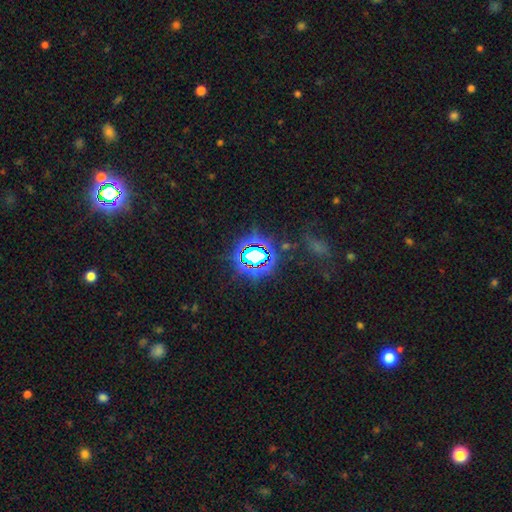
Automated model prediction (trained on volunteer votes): Smooth or featured? Predicted: star or artifact (p=0.73).